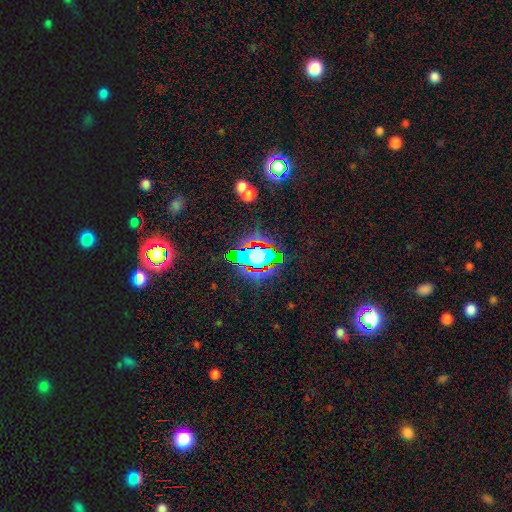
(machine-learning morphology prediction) The model was most divided on "smooth or featured": star or artifact: 58%, smooth: 24%, featured or disk: 18%.